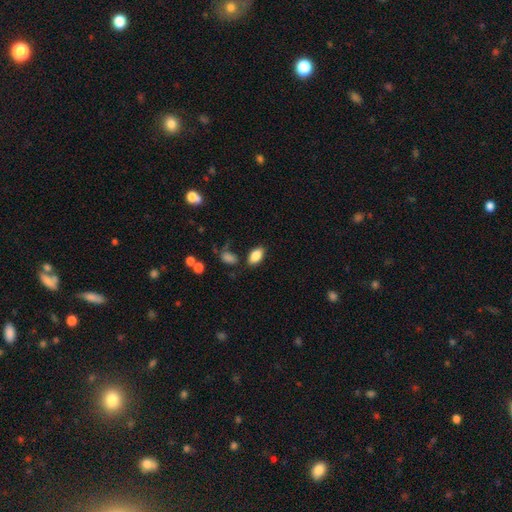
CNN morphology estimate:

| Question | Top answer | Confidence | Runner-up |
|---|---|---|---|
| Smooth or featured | smooth | 85% | star or artifact (8%) |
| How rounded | in between | 92% | round (6%) |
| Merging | none | 80% | minor disturbance (12%) |